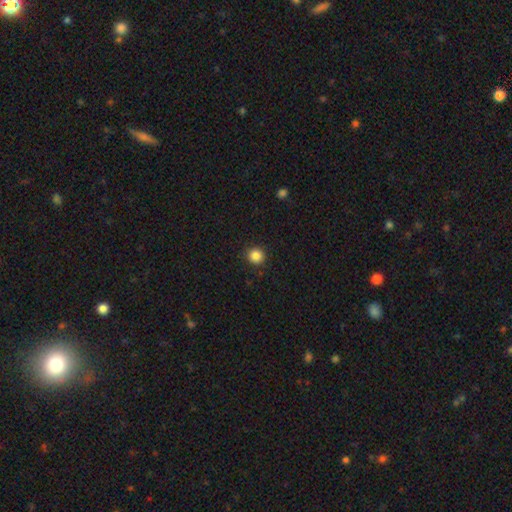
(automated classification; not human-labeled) Smooth or featured? Predicted: smooth (p=0.86). How rounded? Predicted: round (p=0.92). Merging? Predicted: none (p=0.91).